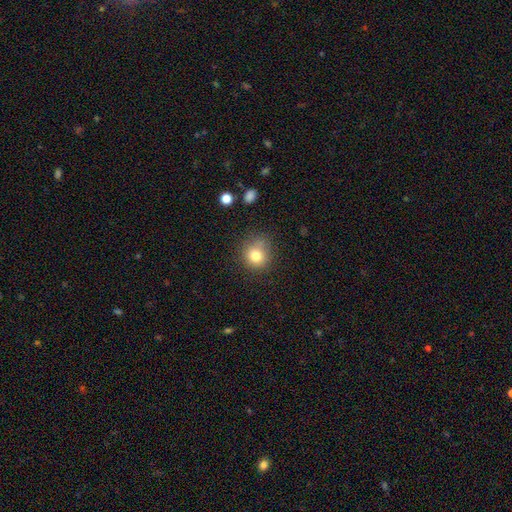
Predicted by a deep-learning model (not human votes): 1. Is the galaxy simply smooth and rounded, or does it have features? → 79% smooth, 12% star or artifact, 9% featured or disk.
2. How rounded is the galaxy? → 82% round, 17% in between, 1% cigar-shaped.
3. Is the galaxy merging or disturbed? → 69% none, 21% minor disturbance, 7% major disturbance, 3% merger.